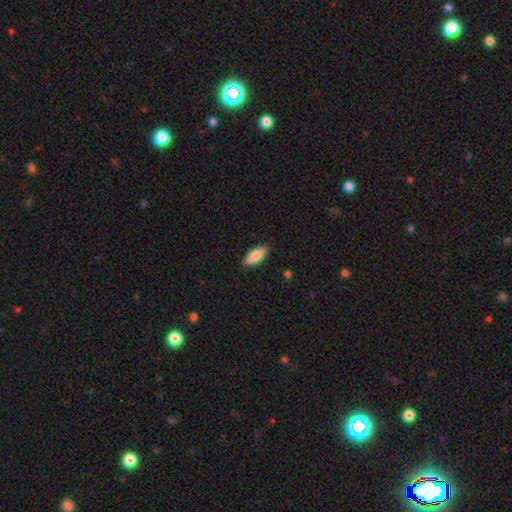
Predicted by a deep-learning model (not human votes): The model was most divided on "how rounded": in between: 70%, cigar-shaped: 28%, round: 2%. More confident: merging — none (88%); smooth or featured — smooth (83%).